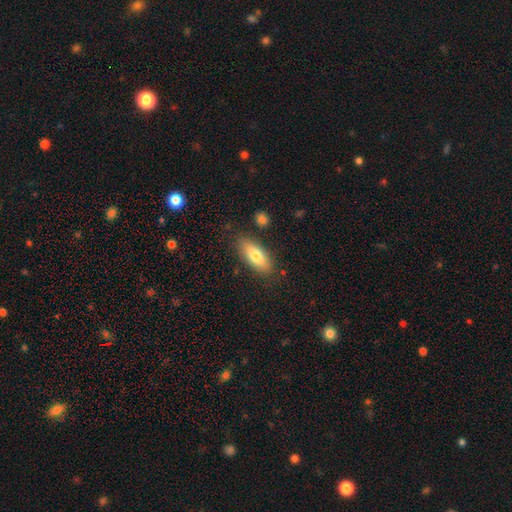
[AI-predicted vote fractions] smooth 76%, featured or disk 17%, star or artifact 6%. Down the decision tree: how rounded — in between (76%); merging — none (81%).